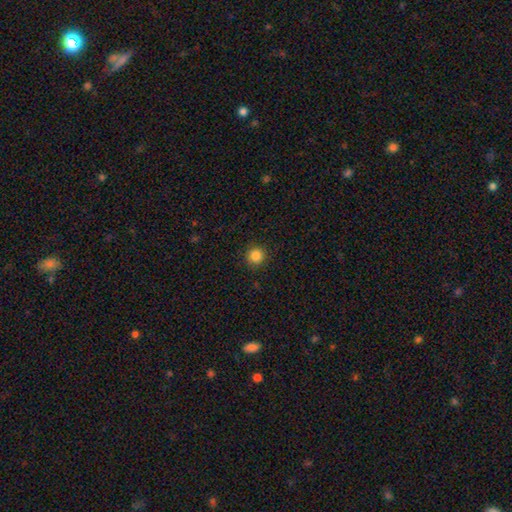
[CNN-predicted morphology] Smooth or featured? Predicted: smooth (p=0.85). How rounded? Predicted: round (p=0.95). Merging? Predicted: none (p=0.92).